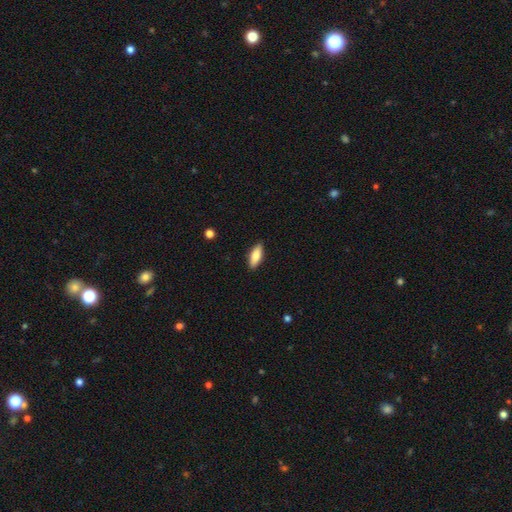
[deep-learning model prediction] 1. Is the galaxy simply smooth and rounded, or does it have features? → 81% smooth, 13% featured or disk, 6% star or artifact.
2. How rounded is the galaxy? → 71% in between, 27% cigar-shaped, 2% round.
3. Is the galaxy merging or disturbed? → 89% none, 8% minor disturbance, 2% major disturbance, 1% merger.